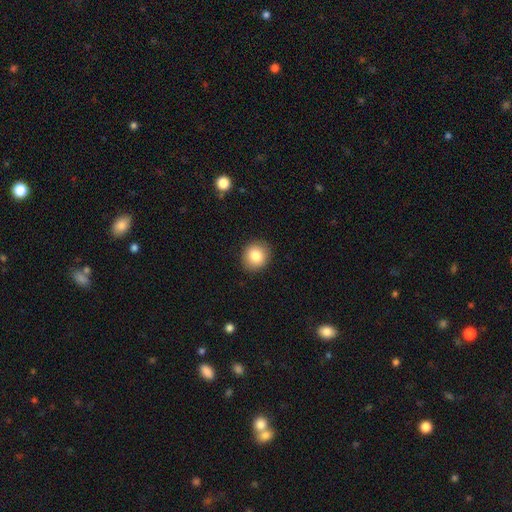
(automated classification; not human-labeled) smooth_or_featured: smooth (p=0.83) [alt: star or artifact p=0.09]
how_rounded: round (p=0.82) [alt: in between p=0.17]
merging: none (p=0.90) [alt: minor disturbance p=0.07]